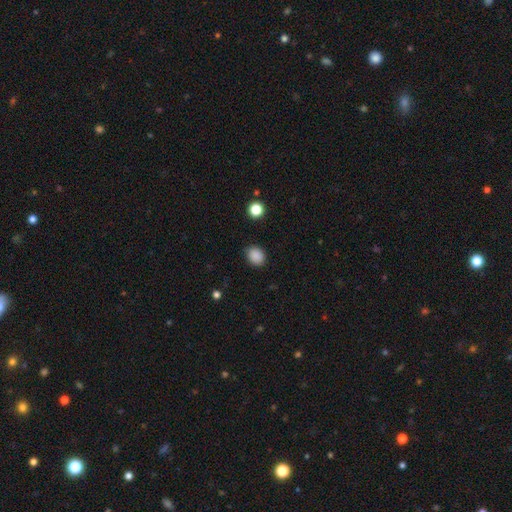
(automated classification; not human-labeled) smooth 87%, star or artifact 10%, featured or disk 3%. Down the decision tree: how rounded — round (55%); merging — none (86%).